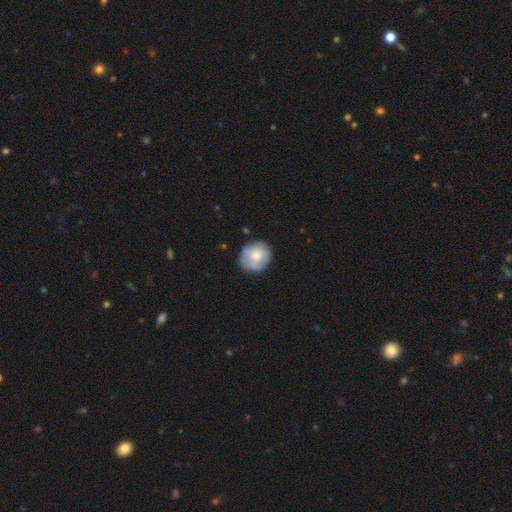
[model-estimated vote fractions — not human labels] This is likely a smooth galaxy (65%). How rounded: likely round (79%). Merging: likely none (74%).